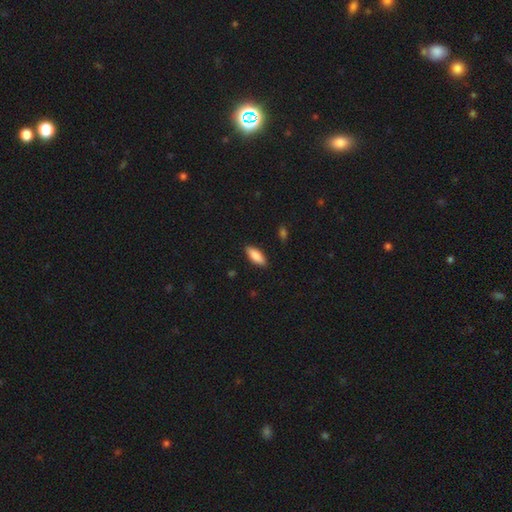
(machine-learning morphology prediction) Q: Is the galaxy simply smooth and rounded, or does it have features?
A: smooth — 87%.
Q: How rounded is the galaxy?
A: in between — 78%.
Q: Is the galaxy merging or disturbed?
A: none — 88%.